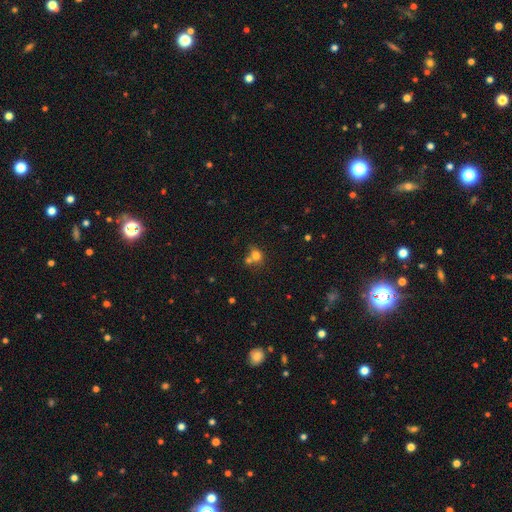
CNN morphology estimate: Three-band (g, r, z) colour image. It shows a smooth galaxy with no disk features (75%) that is round (70%). Merging: none (45%).